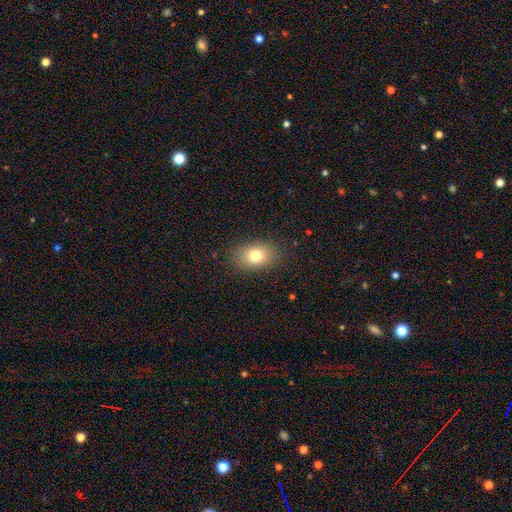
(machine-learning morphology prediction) type=smooth (79%); roundness=in between (79%); merging=none (86%).